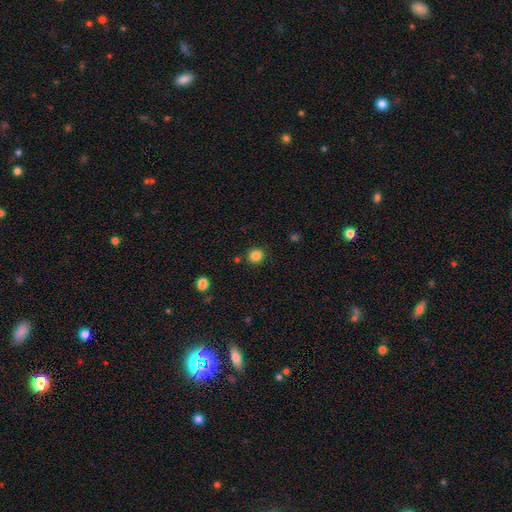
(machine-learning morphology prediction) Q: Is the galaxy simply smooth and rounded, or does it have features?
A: smooth — 84%.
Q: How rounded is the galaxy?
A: round — 89%.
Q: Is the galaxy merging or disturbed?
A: none — 88%.